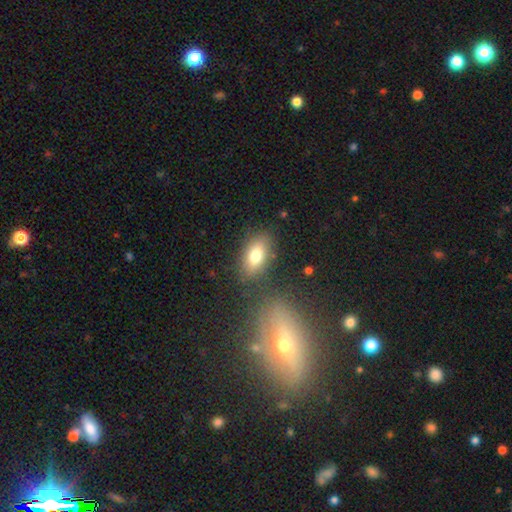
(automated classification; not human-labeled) Overall: smooth (77%). How rounded: in between (86%). Merging: none (79%).